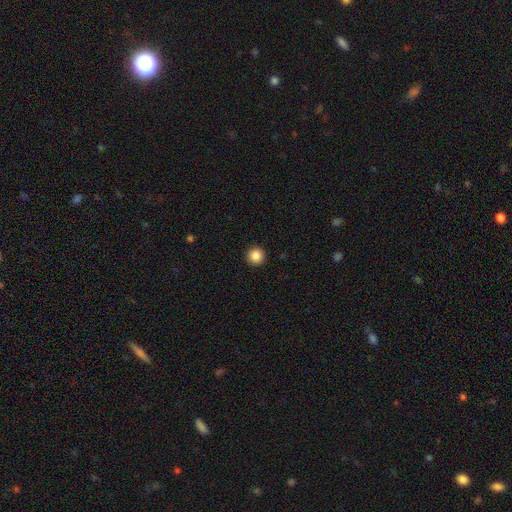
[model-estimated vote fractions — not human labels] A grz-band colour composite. It shows a smooth galaxy with no disk features (86%) that is round (96%). Merging: none (94%).